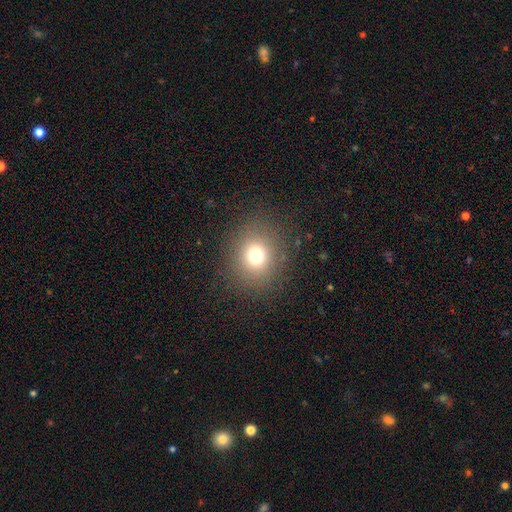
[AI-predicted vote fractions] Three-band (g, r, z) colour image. It shows a smooth galaxy with no disk features (73%) that is round (84%). Merging: none (87%).